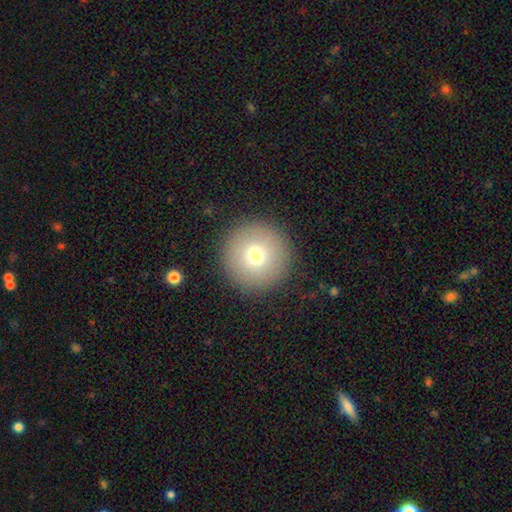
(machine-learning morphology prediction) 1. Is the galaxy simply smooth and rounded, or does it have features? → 74% smooth, 14% featured or disk, 12% star or artifact.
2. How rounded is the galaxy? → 97% round, 2% in between, 1% cigar-shaped.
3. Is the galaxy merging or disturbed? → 91% none, 5% minor disturbance, 3% major disturbance, 1% merger.